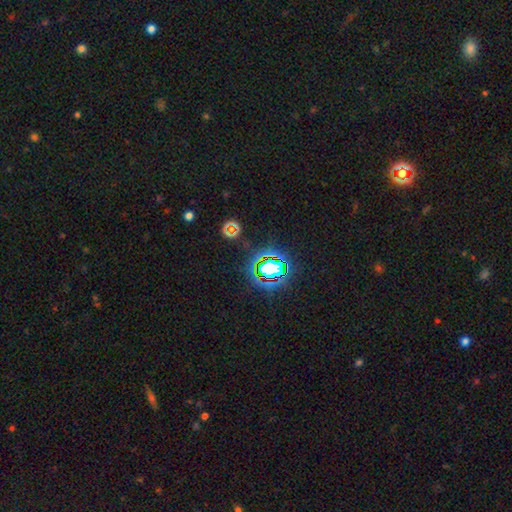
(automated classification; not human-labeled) Q: Smooth or featured?
A: star or artifact (78%); runner-up: smooth (14%)